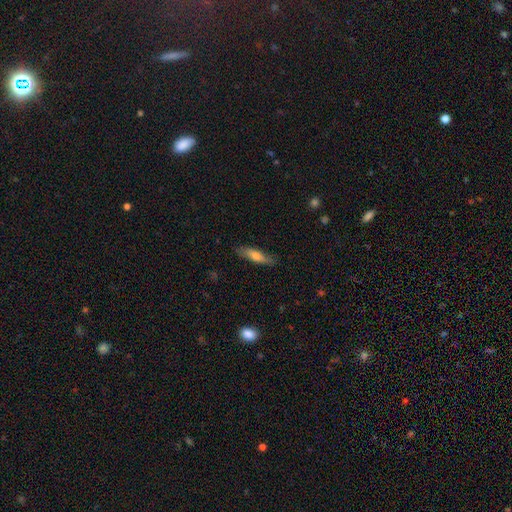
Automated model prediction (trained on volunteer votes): Smooth or featured? Predicted: smooth (p=0.65). How rounded? Predicted: cigar-shaped (p=0.70). Merging? Predicted: none (p=0.84).